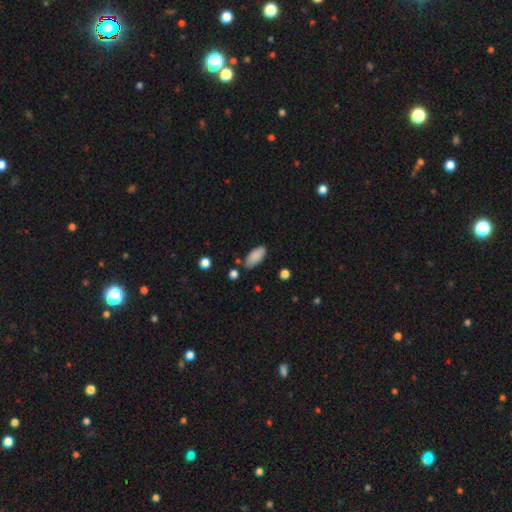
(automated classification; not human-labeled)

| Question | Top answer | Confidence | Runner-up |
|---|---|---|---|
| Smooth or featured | smooth | 87% | star or artifact (7%) |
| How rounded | in between | 86% | cigar-shaped (12%) |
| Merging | none | 75% | minor disturbance (17%) |